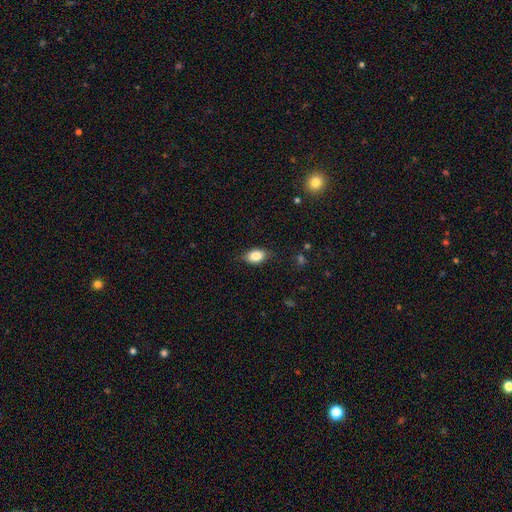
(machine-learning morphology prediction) Smooth or featured: smooth — 85% (star or artifact — 8%)
How rounded: in between — 86% (round — 12%)
Merging: none — 81% (minor disturbance — 15%)